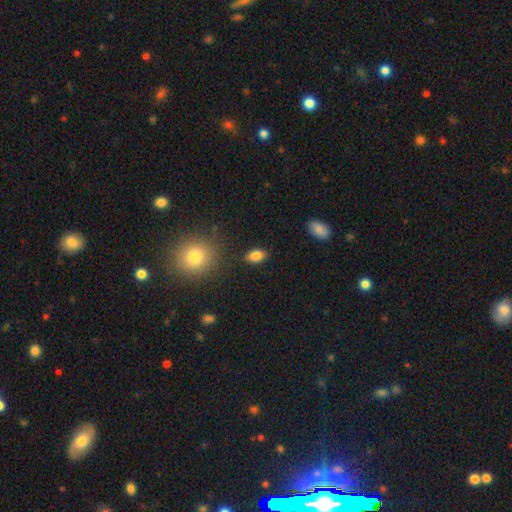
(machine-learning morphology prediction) Smooth or featured: smooth — 83% (star or artifact — 9%)
How rounded: in between — 88% (round — 8%)
Merging: none — 84% (minor disturbance — 11%)